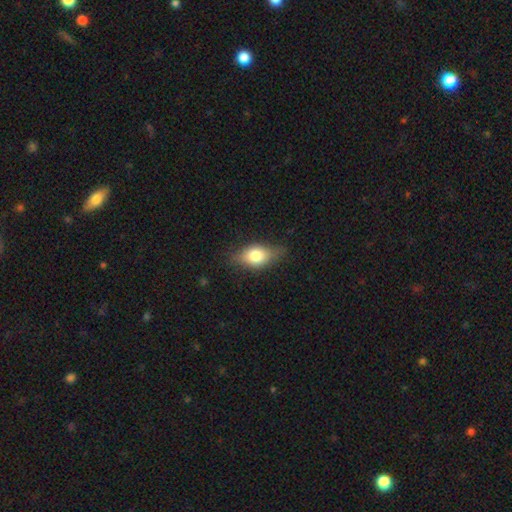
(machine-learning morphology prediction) A smooth galaxy with no disk features (69%) that is in between round and cigar-shaped (78%).

Vote fractions:
- Smooth or featured? smooth: 69% / featured or disk: 23% / star or artifact: 8%
- How rounded? in between: 78% / round: 16% / cigar-shaped: 6%
- Merging? none: 70% / minor disturbance: 23% / major disturbance: 6% / merger: 1%